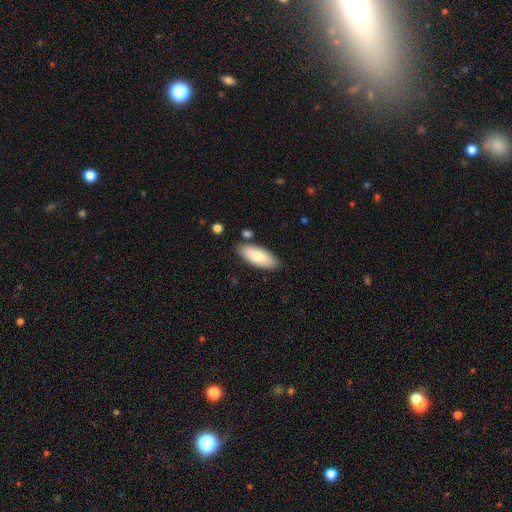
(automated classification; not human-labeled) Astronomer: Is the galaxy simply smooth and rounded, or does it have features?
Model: smooth — 76%.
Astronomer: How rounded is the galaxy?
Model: in between — 85%.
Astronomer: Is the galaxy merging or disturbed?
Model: none — 82%.